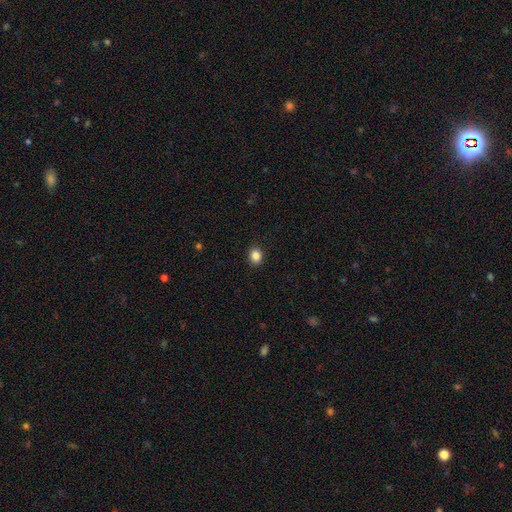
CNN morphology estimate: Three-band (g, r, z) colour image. It shows a smooth galaxy with no disk features (86%) that is round (59%). Merging: none (91%).